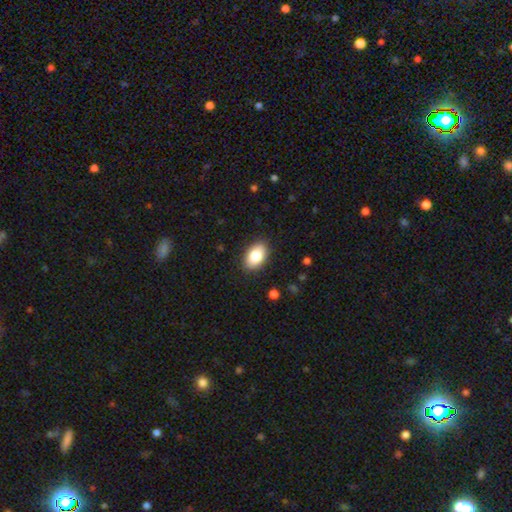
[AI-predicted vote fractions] The model was most divided on "smooth or featured": smooth: 83%, featured or disk: 10%, star or artifact: 7%. More confident: how rounded — in between (90%); merging — none (88%).